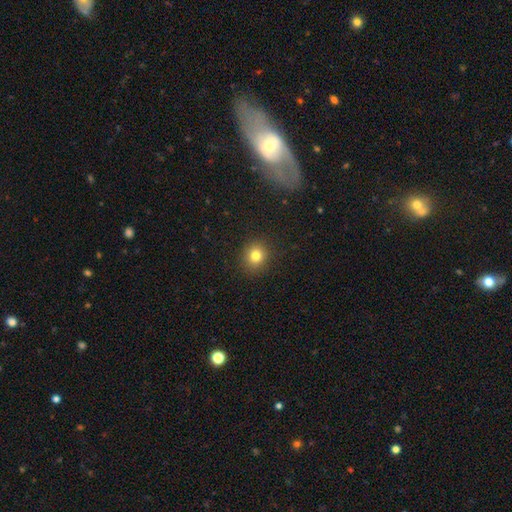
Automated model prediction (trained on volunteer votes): smooth 80%, star or artifact 13%, featured or disk 7%. Down the decision tree: how rounded — round (84%); merging — none (91%).